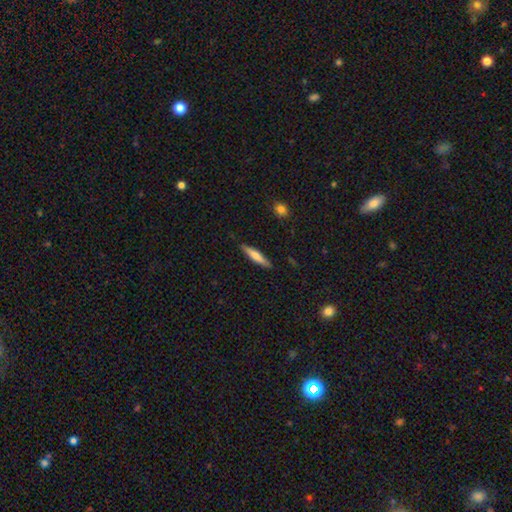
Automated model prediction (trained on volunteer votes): smooth-or-featured: smooth: 64% | featured or disk: 30% | star or artifact: 6%
  how-rounded: cigar-shaped: 87% | in between: 11% | round: 2%
  merging: none: 88% | minor disturbance: 9% | major disturbance: 2% | merger: 1%